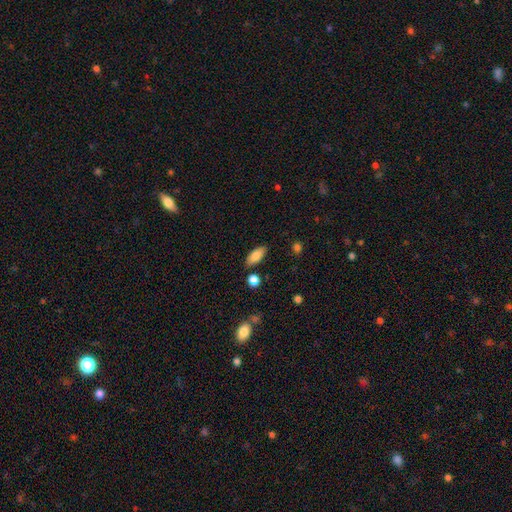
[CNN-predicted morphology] smooth_or_featured: smooth (p=0.83) [alt: featured or disk p=0.10]
how_rounded: in between (p=0.83) [alt: cigar-shaped p=0.14]
merging: none (p=0.83) [alt: minor disturbance p=0.11]